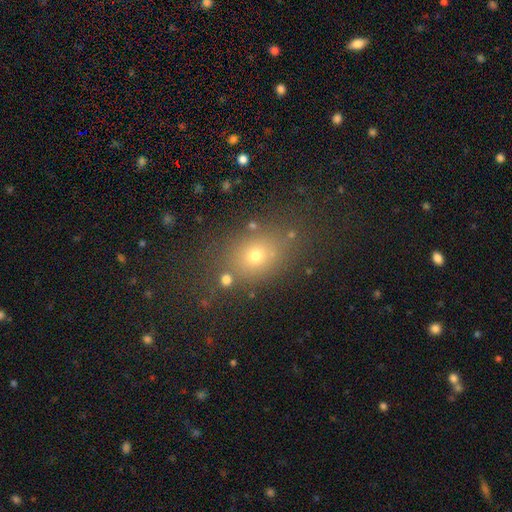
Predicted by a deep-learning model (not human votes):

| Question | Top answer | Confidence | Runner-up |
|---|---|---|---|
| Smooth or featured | smooth | 63% | star or artifact (25%) |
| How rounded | in between | 55% | round (42%) |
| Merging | none | 78% | minor disturbance (12%) |